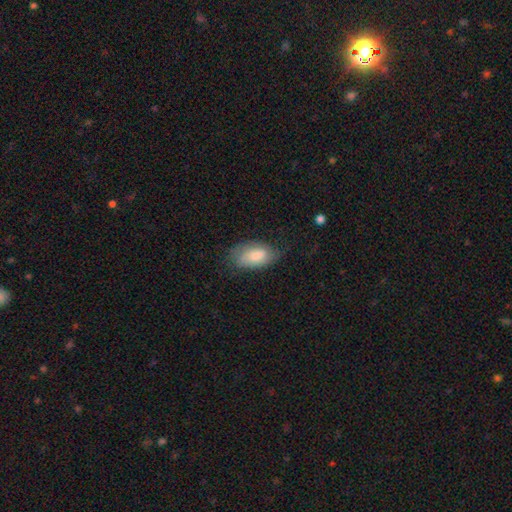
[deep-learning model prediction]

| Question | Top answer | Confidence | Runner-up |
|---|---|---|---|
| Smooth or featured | smooth | 67% | featured or disk (26%) |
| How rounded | in between | 92% | round (4%) |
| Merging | none | 65% | minor disturbance (26%) |